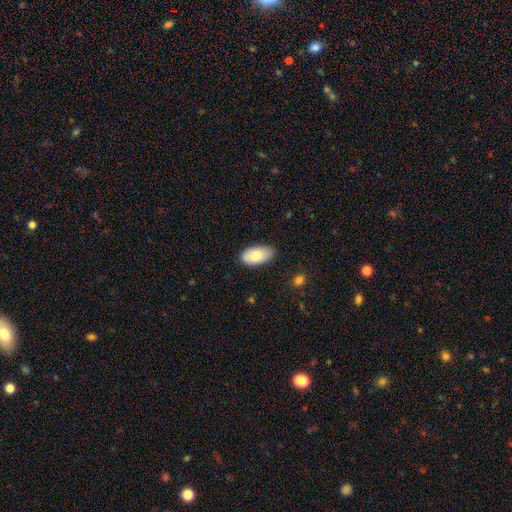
smooth-or-featured: smooth: 78% | featured or disk: 16% | star or artifact: 5%
  how-rounded: in between: 93% | round: 7% | cigar-shaped: 0%
  merging: none: 69% | minor disturbance: 26% | major disturbance: 6% | merger: 0%